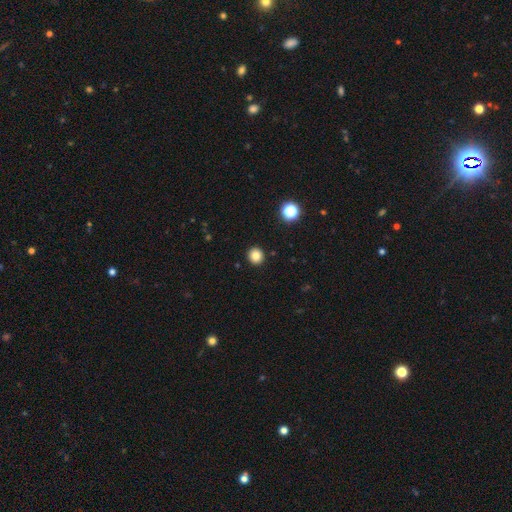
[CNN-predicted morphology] Smooth or featured? Predicted: smooth (p=0.83). How rounded? Predicted: round (p=0.90). Merging? Predicted: none (p=0.92).